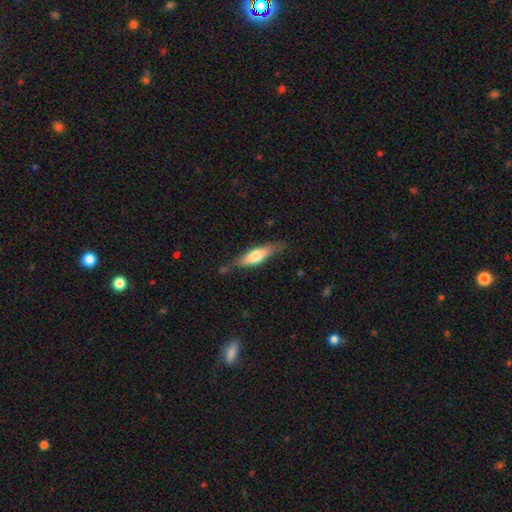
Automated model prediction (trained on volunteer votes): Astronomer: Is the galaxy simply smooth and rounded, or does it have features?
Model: smooth — 63%.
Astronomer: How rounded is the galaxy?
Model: cigar-shaped — 55% (runner-up: in between, 43%).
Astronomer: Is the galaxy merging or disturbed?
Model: none — 70%.